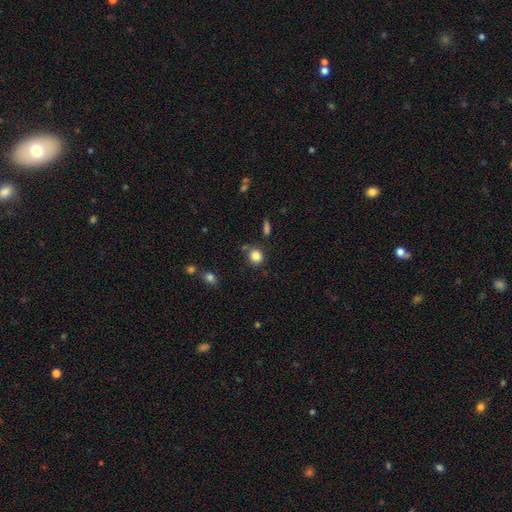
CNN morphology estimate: type=smooth (84%); roundness=round (82%); merging=none (78%).